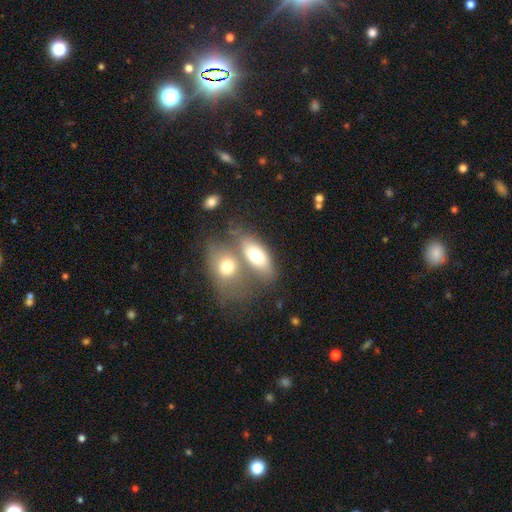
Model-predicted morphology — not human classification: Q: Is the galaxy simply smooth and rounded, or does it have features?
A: smooth — 70%.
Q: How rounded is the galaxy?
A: in between — 84%.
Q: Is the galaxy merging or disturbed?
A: merger — 51%.